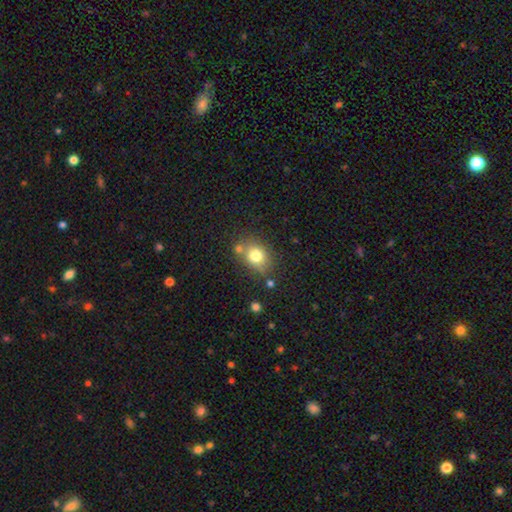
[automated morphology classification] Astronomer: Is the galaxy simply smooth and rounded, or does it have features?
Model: smooth — 77%.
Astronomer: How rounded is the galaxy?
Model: round — 54% (runner-up: in between, 44%).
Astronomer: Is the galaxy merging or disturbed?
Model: none — 68%.